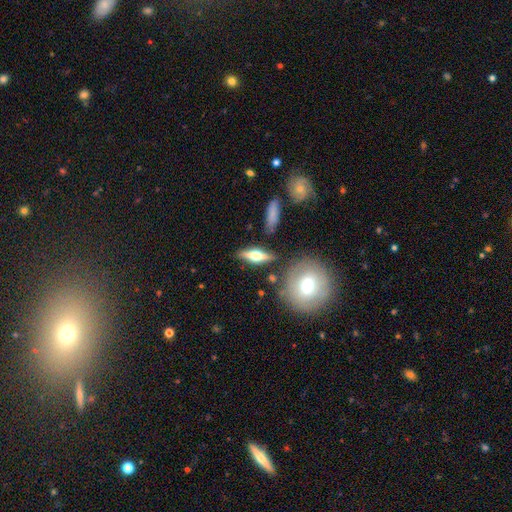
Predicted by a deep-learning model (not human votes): Smooth or featured? featured or disk (57%)
Edge-on disk? yes (91%)
Edge-on bulge? rounded (93%)
Merging? none (81%)